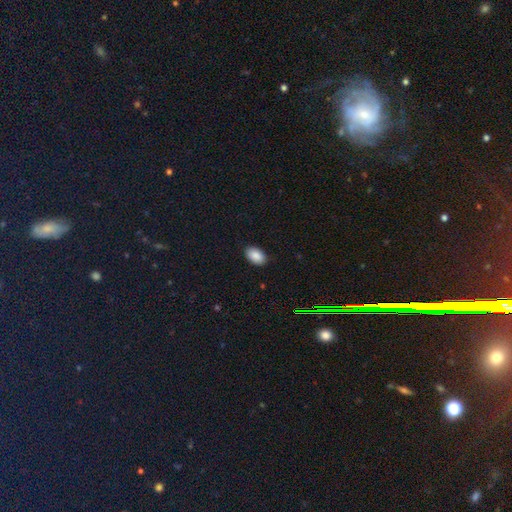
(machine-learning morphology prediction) Overall: smooth (89%). How rounded: in between (91%). Merging: none (89%).